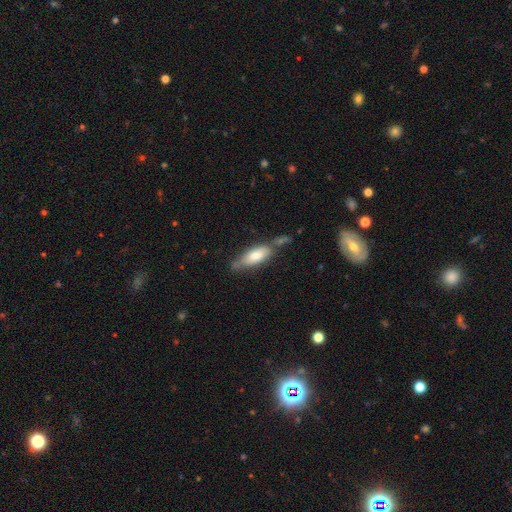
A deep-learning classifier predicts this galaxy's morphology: type=smooth (69%); roundness=in between (65%); merging=none (48%).